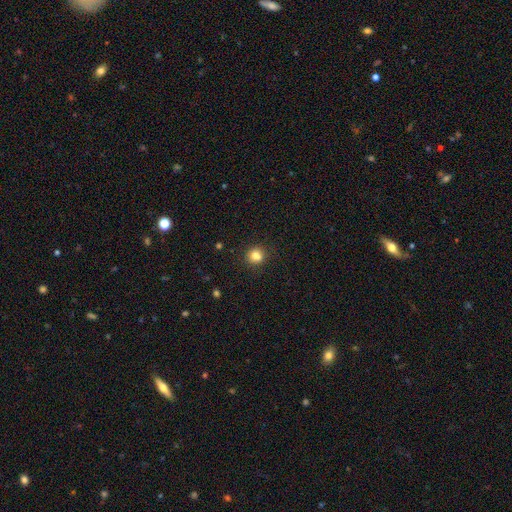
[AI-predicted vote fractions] smooth 83%, star or artifact 12%, featured or disk 5%. Down the decision tree: how rounded — round (88%); merging — none (88%).